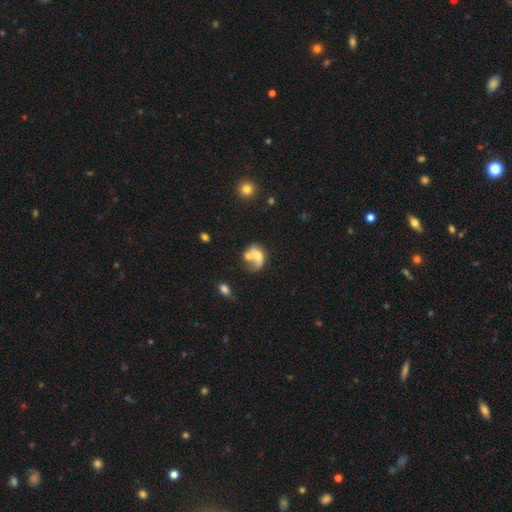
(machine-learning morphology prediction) smooth-or-featured: smooth: 50% | featured or disk: 40% | star or artifact: 11%
  merging: merger: 51% | none: 21% | major disturbance: 16% | minor disturbance: 12%